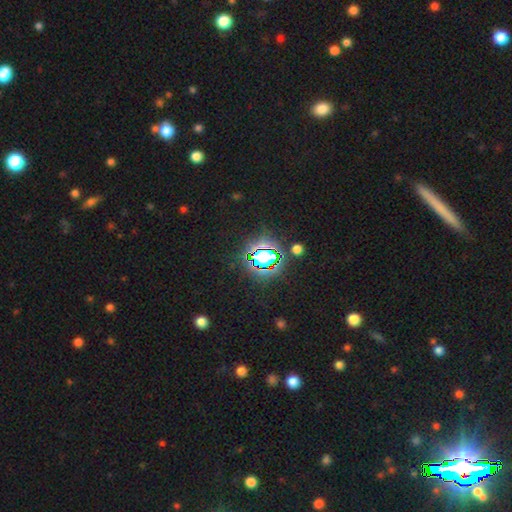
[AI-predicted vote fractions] Morphology: type=star or artifact (79%).